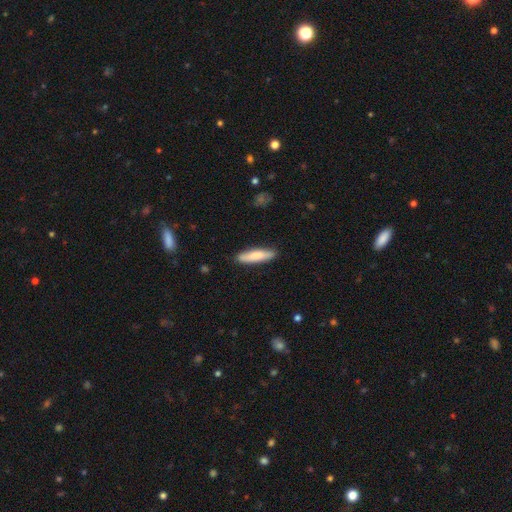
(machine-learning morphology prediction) A smooth galaxy with no disk features (79%) that is cigar-shaped (76%). Merging: none (86%).